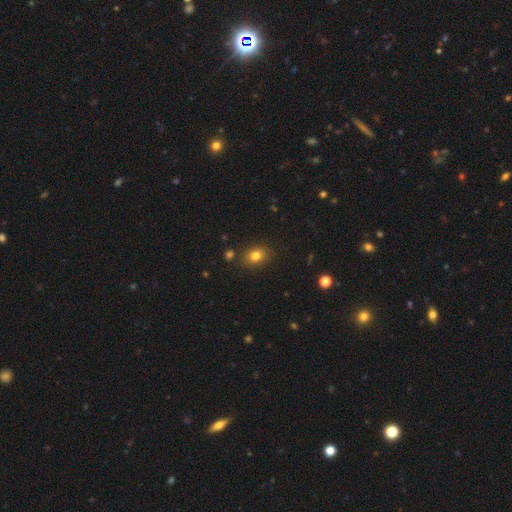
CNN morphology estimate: smooth-or-featured: smooth: 80% | star or artifact: 12% | featured or disk: 8%
  how-rounded: in between: 61% | round: 38% | cigar-shaped: 1%
  merging: none: 84% | minor disturbance: 10% | merger: 3% | major disturbance: 3%